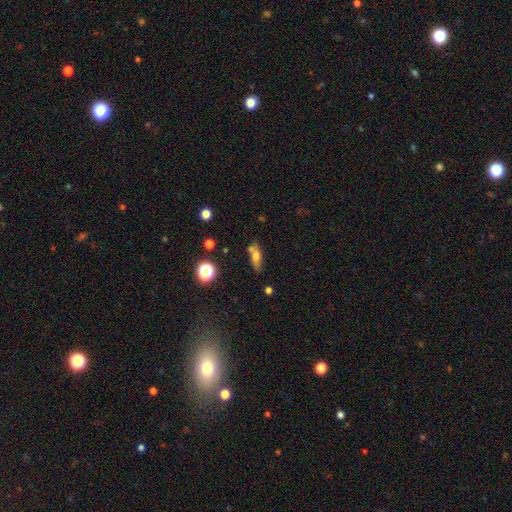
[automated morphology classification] This is possibly a smooth galaxy (60%). How rounded: possibly in between (55%). Merging: possibly none (58%).